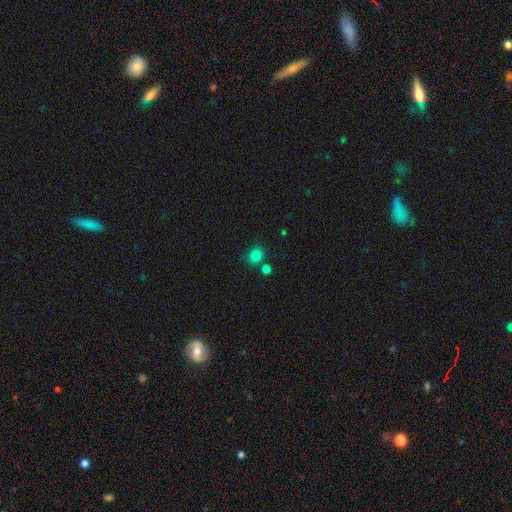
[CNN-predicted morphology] smooth 82%, star or artifact 13%, featured or disk 5%. Down the decision tree: how rounded — round (79%); merging — none (72%).